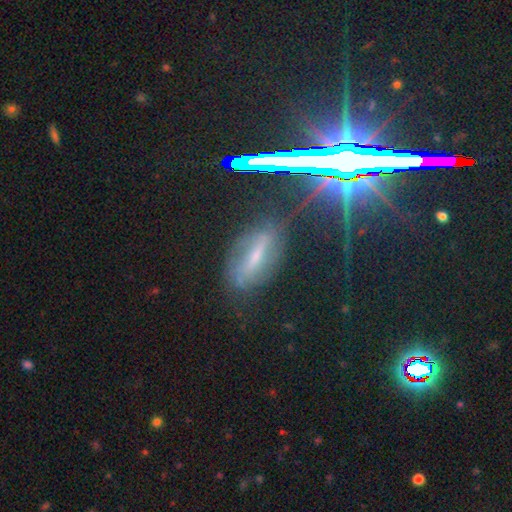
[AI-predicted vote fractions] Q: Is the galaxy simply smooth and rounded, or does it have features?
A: featured or disk — 37%.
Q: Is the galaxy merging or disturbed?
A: none — 71%.